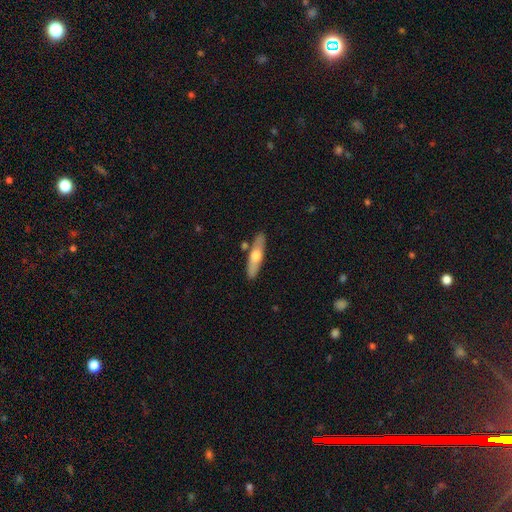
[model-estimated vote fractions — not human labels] smooth_or_featured: smooth (p=0.49) [alt: featured or disk p=0.45]
merging: none (p=0.82) [alt: minor disturbance p=0.10]